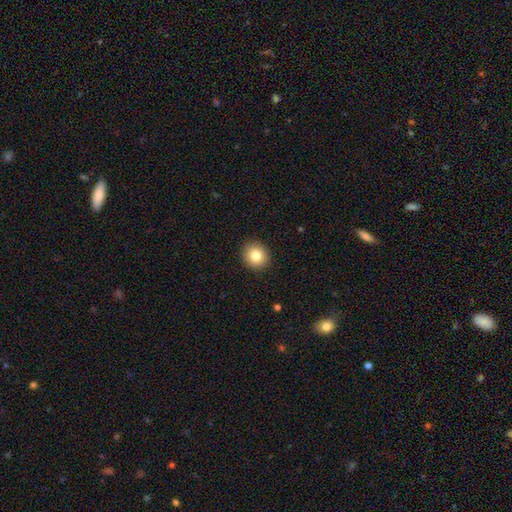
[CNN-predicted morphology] Smooth or featured?
  - smooth: 82% *
  - star or artifact: 10%
  - featured or disk: 8%
How rounded?
  - round: 89% *
  - in between: 10%
  - cigar-shaped: 1%
Merging?
  - none: 92% *
  - minor disturbance: 5%
  - major disturbance: 2%
  - merger: 1%